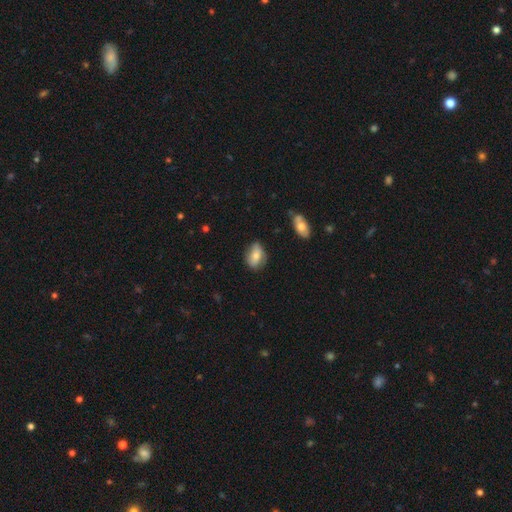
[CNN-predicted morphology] Smooth or featured? smooth (70%)
How rounded? in between (81%)
Merging? none (65%)